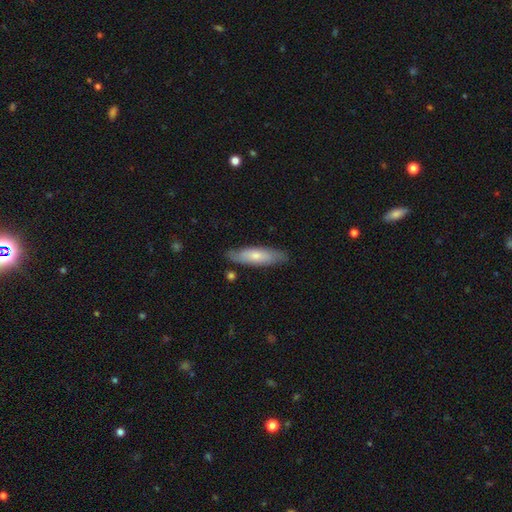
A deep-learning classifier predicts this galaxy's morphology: Q: Smooth or featured?
A: smooth (60%); runner-up: featured or disk (34%)
Q: How rounded?
A: cigar-shaped (62%); runner-up: in between (36%)
Q: Merging?
A: none (80%); runner-up: minor disturbance (15%)